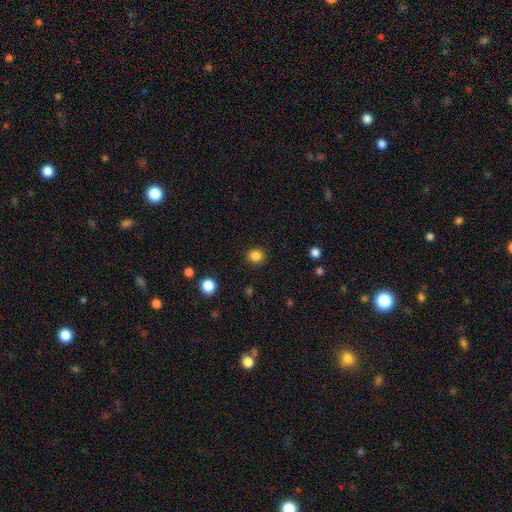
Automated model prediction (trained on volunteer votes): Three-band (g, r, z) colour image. It shows a smooth galaxy with no disk features (85%) that is round (78%). Merging: none (90%).